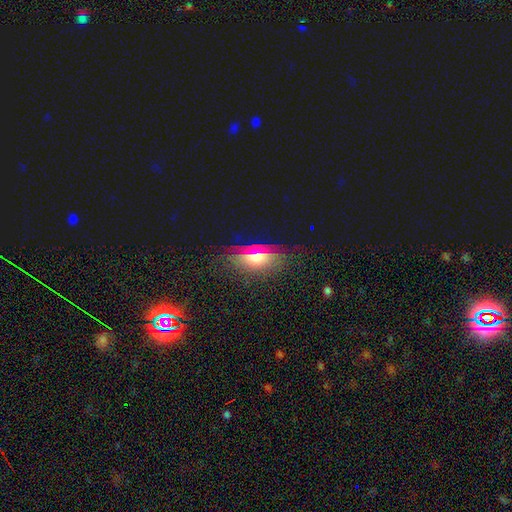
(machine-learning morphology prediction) smooth-or-featured: smooth: 50% | featured or disk: 27% | star or artifact: 23%
  merging: none: 81% | minor disturbance: 12% | major disturbance: 4% | merger: 2%